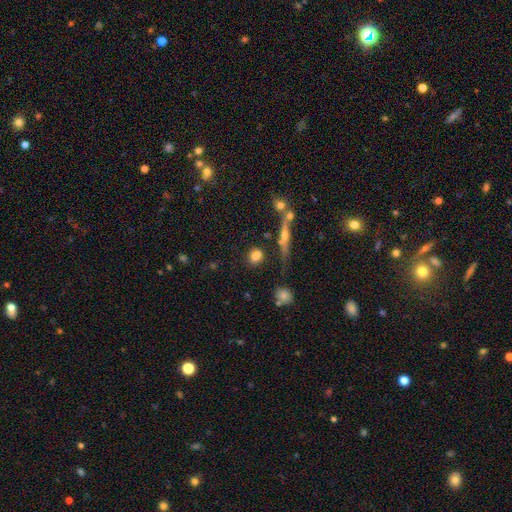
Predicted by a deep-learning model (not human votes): This appears to be a smooth galaxy with no disk features (76%) that is round (70%). Merging: none (72%).